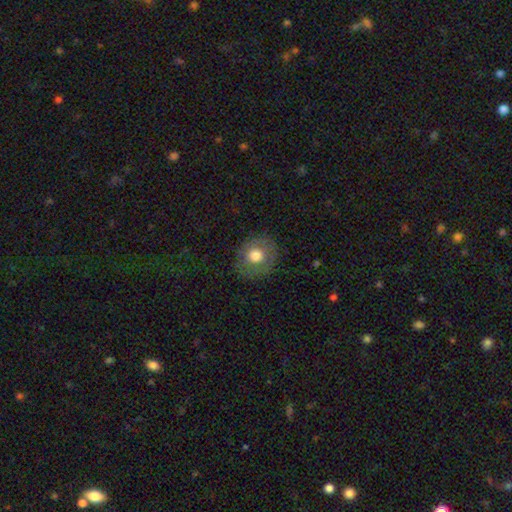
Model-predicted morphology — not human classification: Smooth or featured? smooth (68%)
How rounded? round (84%)
Merging? none (81%)